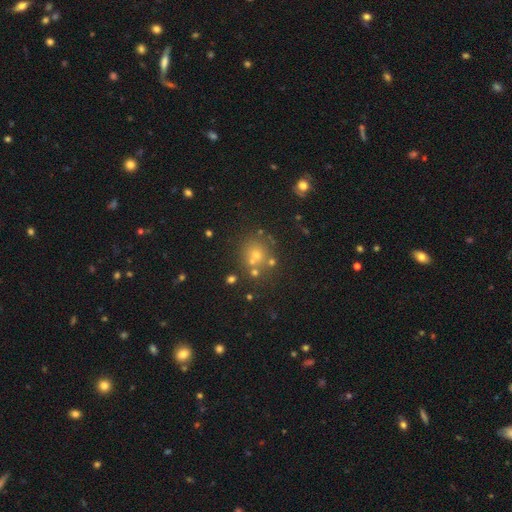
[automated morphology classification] Overall: smooth (55%; star or artifact 30%). How rounded: round (85%). Merging: none (65%).